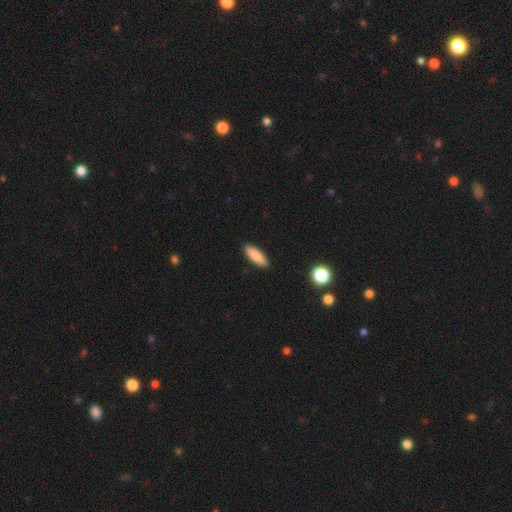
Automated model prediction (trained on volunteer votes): smooth_or_featured: smooth (p=0.84) [alt: featured or disk p=0.09]
how_rounded: in between (p=0.54) [alt: cigar-shaped p=0.44]
merging: none (p=0.90) [alt: minor disturbance p=0.07]